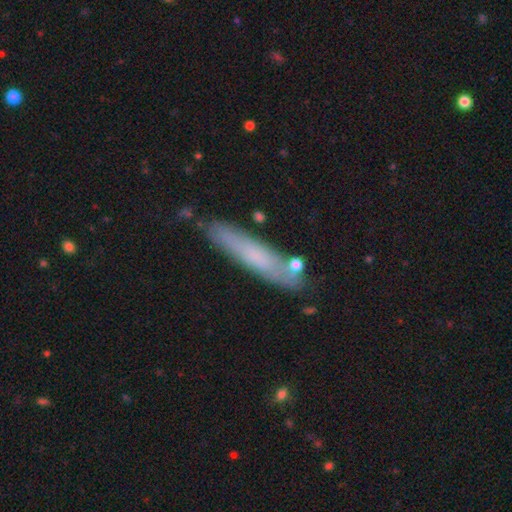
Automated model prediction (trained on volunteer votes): A smooth galaxy with no disk features (62%) that is cigar-shaped (88%). Merging: none (78%).